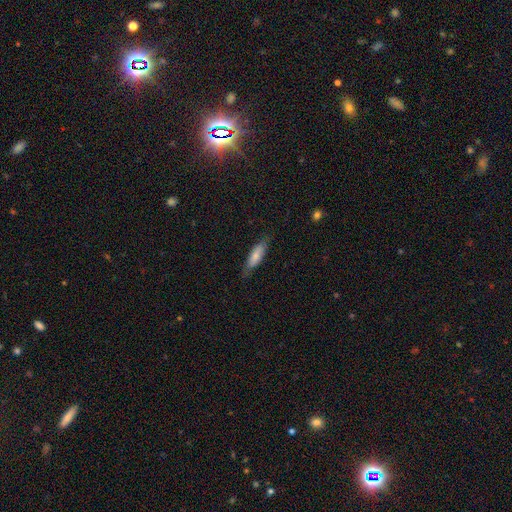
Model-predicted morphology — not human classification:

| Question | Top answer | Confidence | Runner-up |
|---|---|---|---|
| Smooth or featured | smooth | 71% | featured or disk (23%) |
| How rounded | cigar-shaped | 50% | in between (48%) |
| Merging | none | 75% | minor disturbance (19%) |